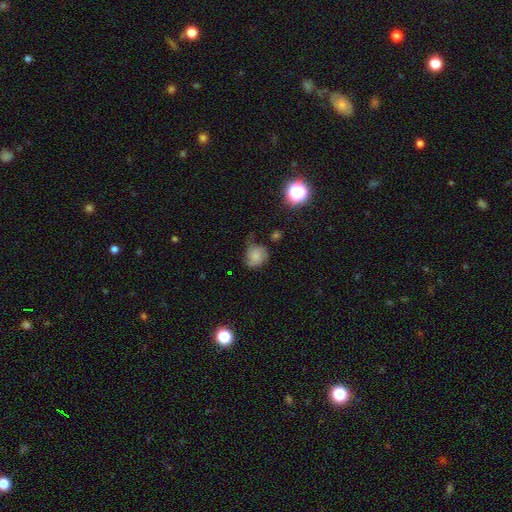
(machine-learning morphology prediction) type=smooth (60%); roundness=round (71%); merging=none (44%).